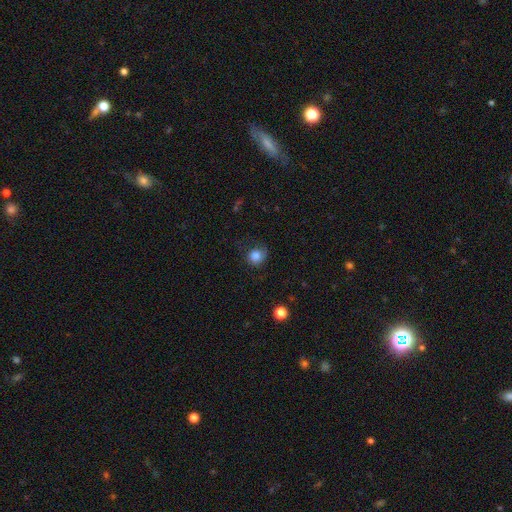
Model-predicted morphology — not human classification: smooth 80%, featured or disk 10%, star or artifact 10%. Down the decision tree: how rounded — round (79%); merging — none (58%).